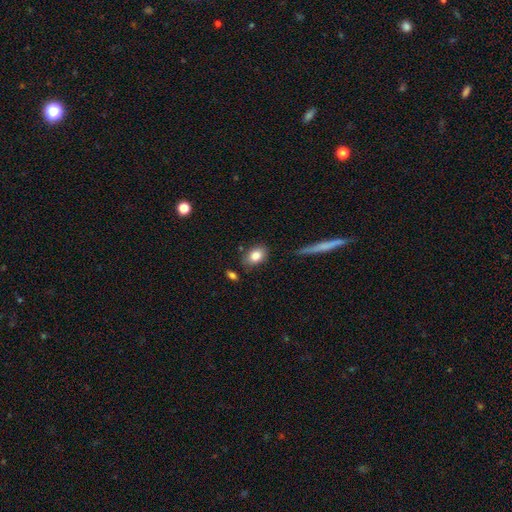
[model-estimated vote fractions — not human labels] A smooth galaxy with no disk features (83%) that is in between round and cigar-shaped (76%). Merging: none (80%).